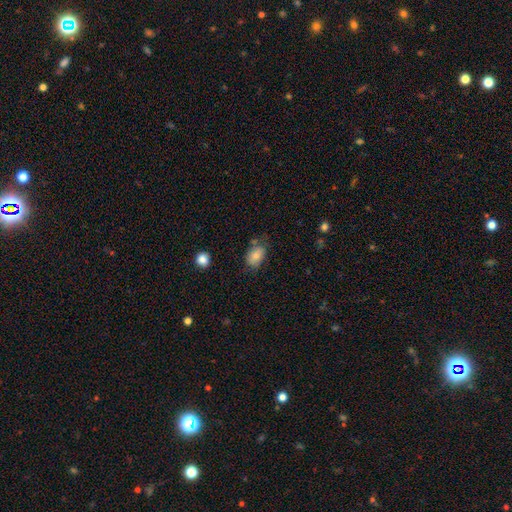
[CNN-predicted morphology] Smooth or featured: smooth — 81% (featured or disk — 11%)
How rounded: in between — 83% (round — 16%)
Merging: none — 62% (minor disturbance — 25%)